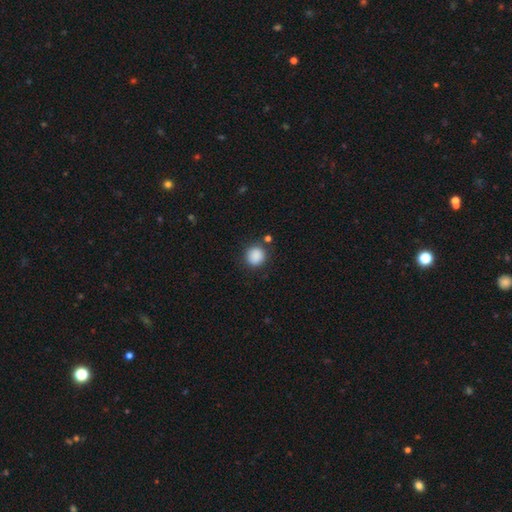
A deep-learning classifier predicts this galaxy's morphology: Q: Smooth or featured?
A: smooth (88%); runner-up: star or artifact (9%)
Q: How rounded?
A: round (87%); runner-up: in between (12%)
Q: Merging?
A: none (82%); runner-up: minor disturbance (11%)